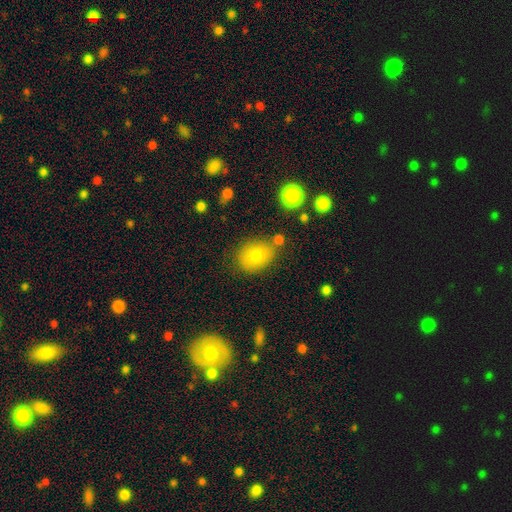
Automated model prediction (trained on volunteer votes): This is likely a smooth galaxy (77%). How rounded: possibly in between (60%). Merging: likely none (72%).